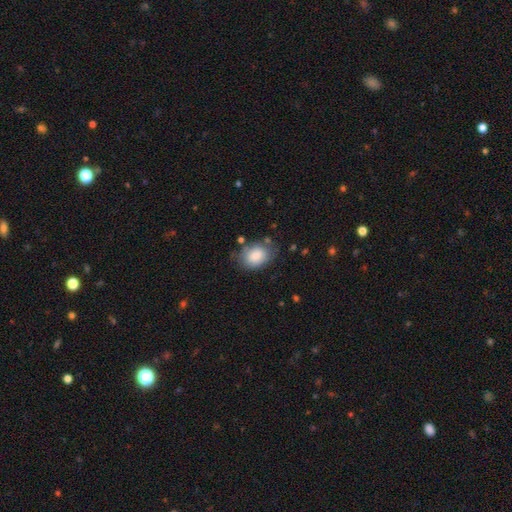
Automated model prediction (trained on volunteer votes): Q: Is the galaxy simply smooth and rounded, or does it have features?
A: smooth — 85%.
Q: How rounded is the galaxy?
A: in between — 76%.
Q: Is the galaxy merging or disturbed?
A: none — 70%.